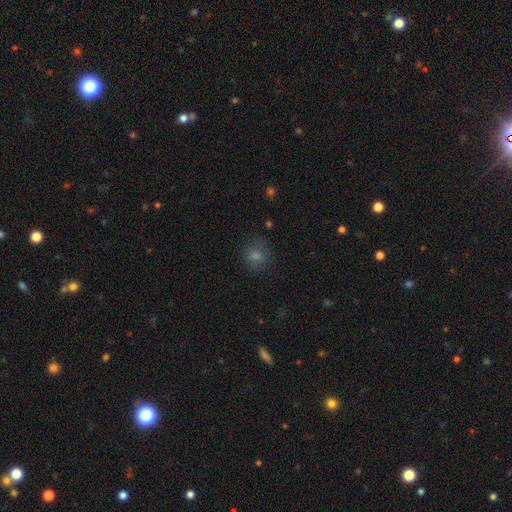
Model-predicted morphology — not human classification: Overall: smooth (68%). How rounded: round (85%). Merging: none (84%).